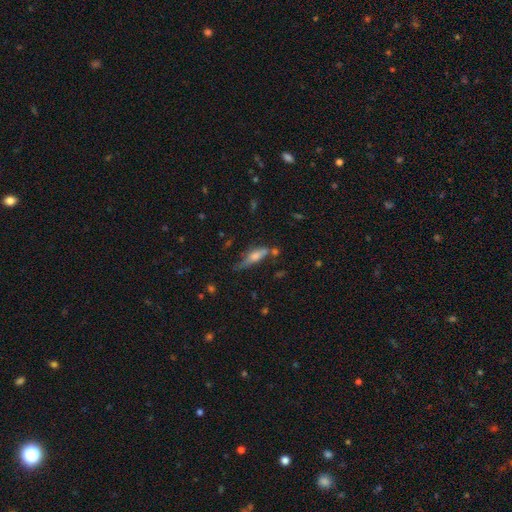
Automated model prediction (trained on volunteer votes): A smooth galaxy with no disk features (59%) that is cigar-shaped (53%).

Vote fractions:
- Smooth or featured? smooth: 59% / featured or disk: 32% / star or artifact: 9%
- How rounded? cigar-shaped: 53% / in between: 44% / round: 3%
- Merging? none: 45% / minor disturbance: 31% / major disturbance: 13% / merger: 11%